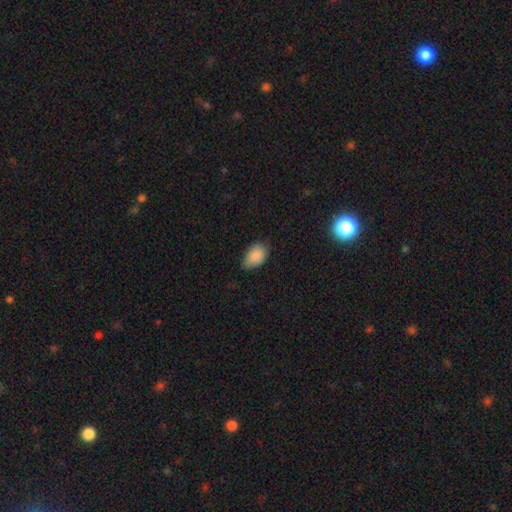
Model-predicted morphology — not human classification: Smooth or featured?
  - smooth: 88% *
  - star or artifact: 7%
  - featured or disk: 4%
How rounded?
  - in between: 88% *
  - round: 11%
  - cigar-shaped: 1%
Merging?
  - none: 64% *
  - minor disturbance: 30%
  - major disturbance: 5%
  - merger: 1%